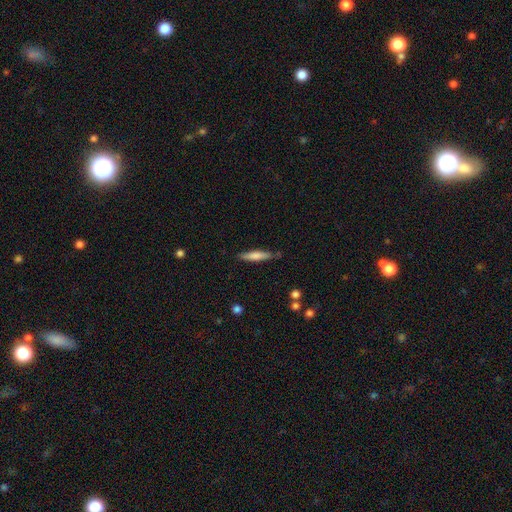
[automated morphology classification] This appears to be a smooth galaxy with no disk features (65%) that is cigar-shaped (86%). Merging: none (81%).